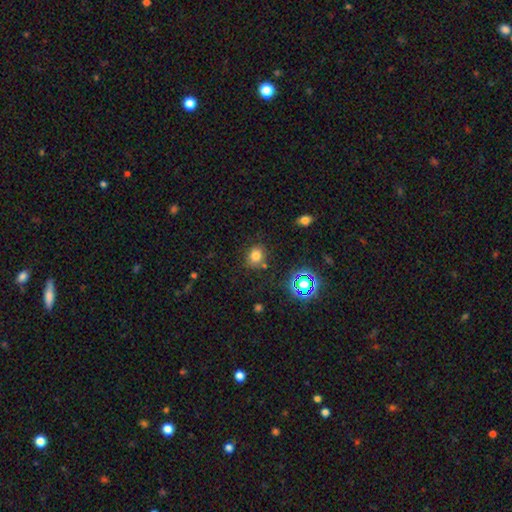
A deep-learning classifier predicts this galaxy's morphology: Smooth or featured? smooth (75%)
How rounded? round (66%)
Merging? none (79%)